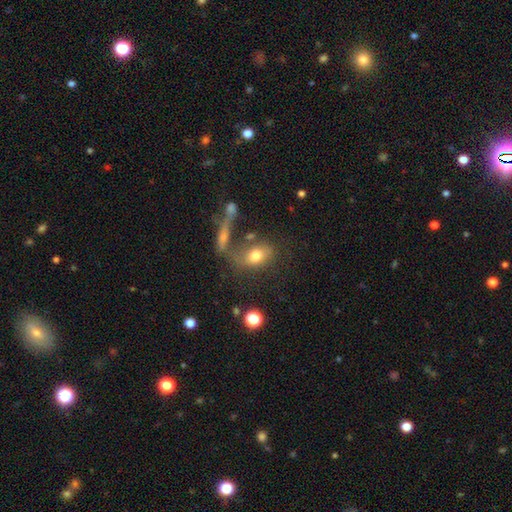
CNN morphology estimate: type=smooth (69%); roundness=in between (74%); merging=none (43%).